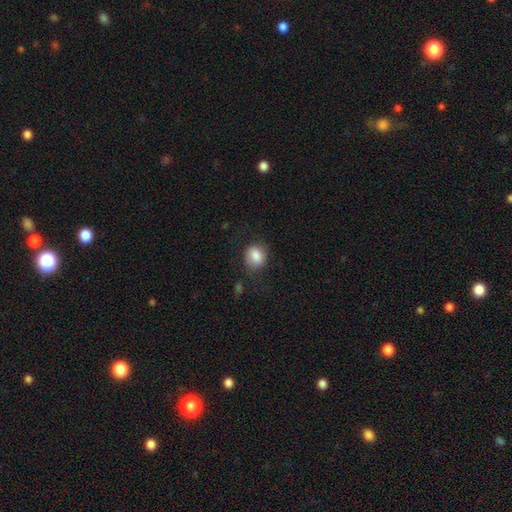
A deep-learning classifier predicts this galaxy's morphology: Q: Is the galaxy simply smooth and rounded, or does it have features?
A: smooth — 82%.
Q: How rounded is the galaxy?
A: round — 54%.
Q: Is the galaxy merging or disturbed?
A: none — 65%.